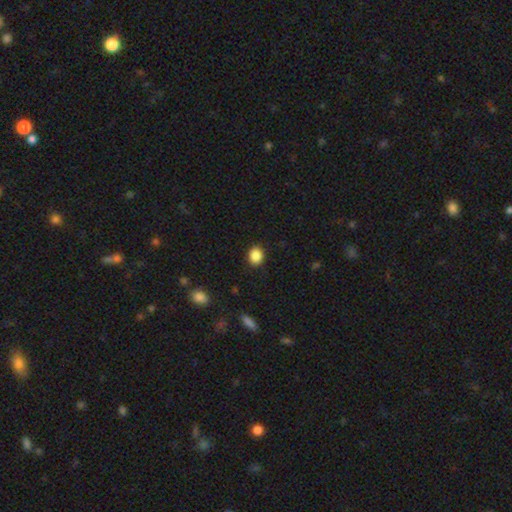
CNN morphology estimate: Q: Smooth or featured?
A: smooth (87%); runner-up: star or artifact (9%)
Q: How rounded?
A: round (61%); runner-up: in between (38%)
Q: Merging?
A: none (89%); runner-up: minor disturbance (8%)